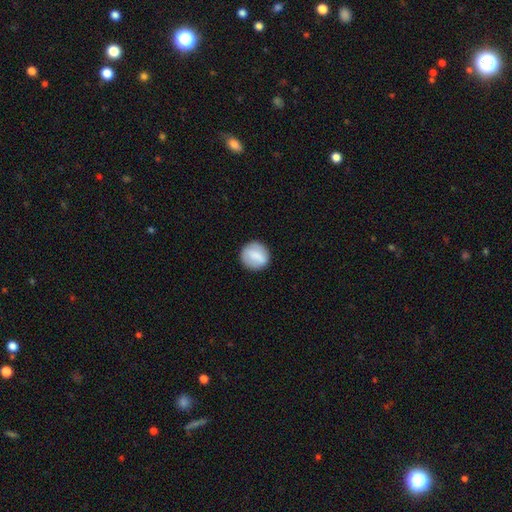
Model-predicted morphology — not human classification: Overall: smooth (74%). How rounded: round (87%). Merging: none (86%).